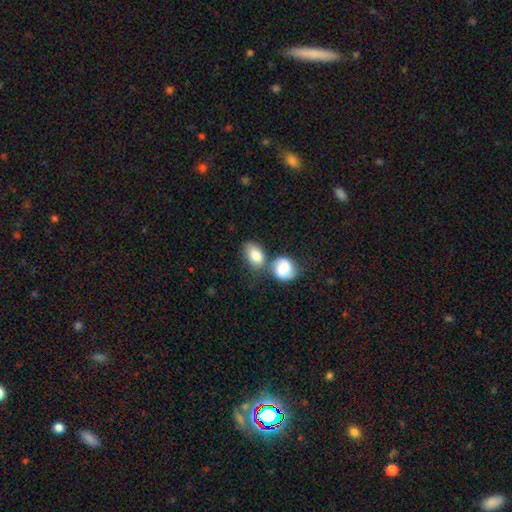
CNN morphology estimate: Smooth or featured? smooth (80%)
How rounded? in between (82%)
Merging? none (40%, tied with merger)